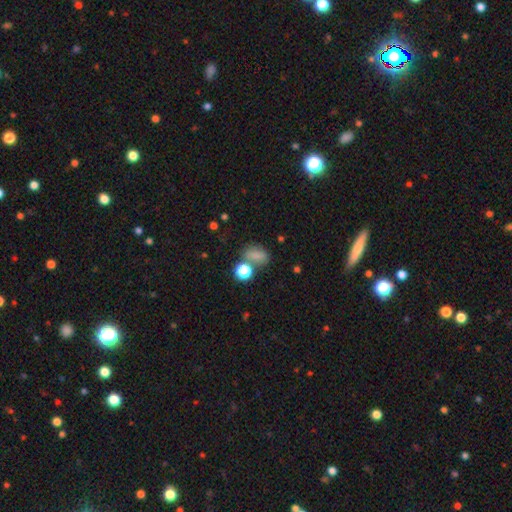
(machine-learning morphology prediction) Smooth or featured? Predicted: smooth (p=0.73). How rounded? Predicted: in between (p=0.72). Merging? Predicted: none (p=0.56).